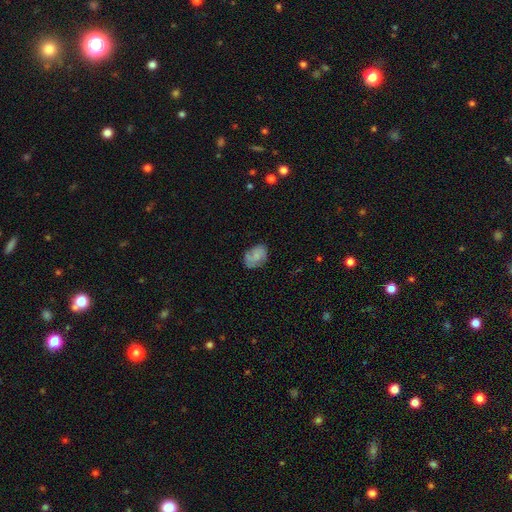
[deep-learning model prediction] smooth_or_featured: smooth (p=0.66) [alt: featured or disk p=0.25]
how_rounded: in between (p=0.76) [alt: round p=0.23]
merging: none (p=0.63) [alt: minor disturbance p=0.26]